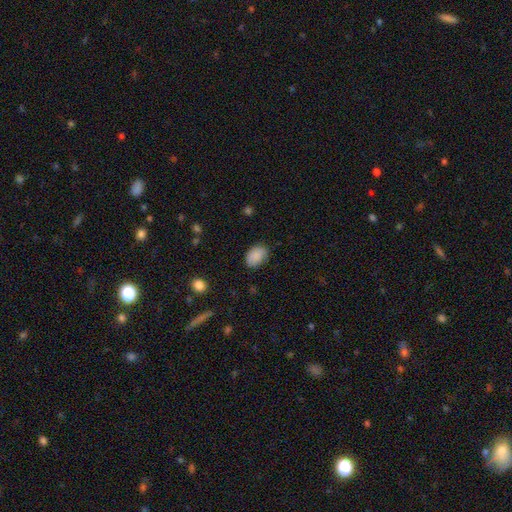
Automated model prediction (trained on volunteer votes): Smooth or featured: smooth — 88% (star or artifact — 7%)
How rounded: in between — 83% (round — 16%)
Merging: none — 79% (minor disturbance — 17%)